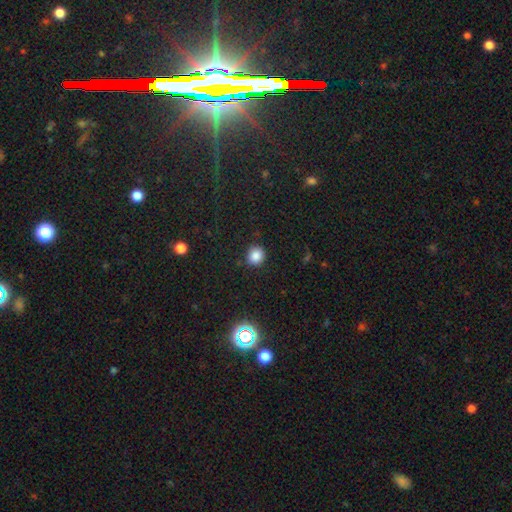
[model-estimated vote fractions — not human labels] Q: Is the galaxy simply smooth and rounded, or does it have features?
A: smooth — 83%.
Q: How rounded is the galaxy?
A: round — 84%.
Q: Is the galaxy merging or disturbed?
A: none — 86%.